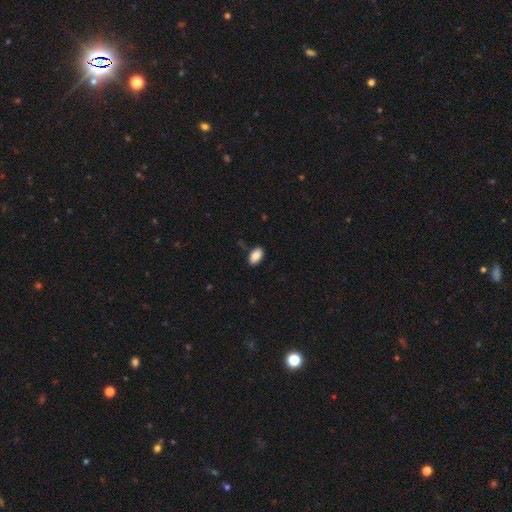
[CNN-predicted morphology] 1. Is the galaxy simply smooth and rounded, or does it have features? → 88% smooth, 7% star or artifact, 5% featured or disk.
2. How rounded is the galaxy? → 94% in between, 4% round, 2% cigar-shaped.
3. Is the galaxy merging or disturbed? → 85% none, 11% minor disturbance, 2% major disturbance, 2% merger.